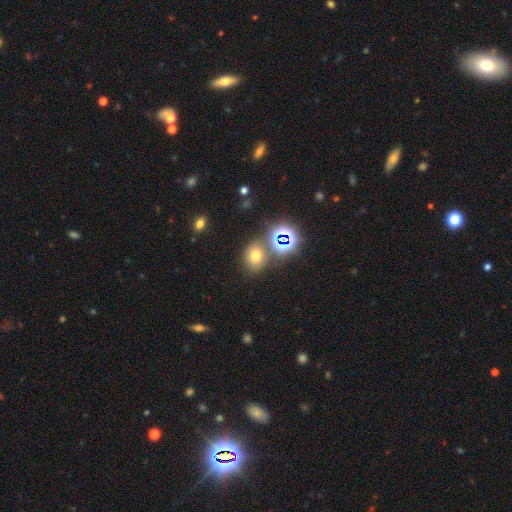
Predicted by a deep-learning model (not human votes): A smooth galaxy with no disk features (60%) that is round (53%).

Vote fractions:
- Smooth or featured? smooth: 60% / star or artifact: 29% / featured or disk: 11%
- How rounded? round: 53% / in between: 45% / cigar-shaped: 1%
- Merging? none: 69% / merger: 14% / minor disturbance: 12% / major disturbance: 5%